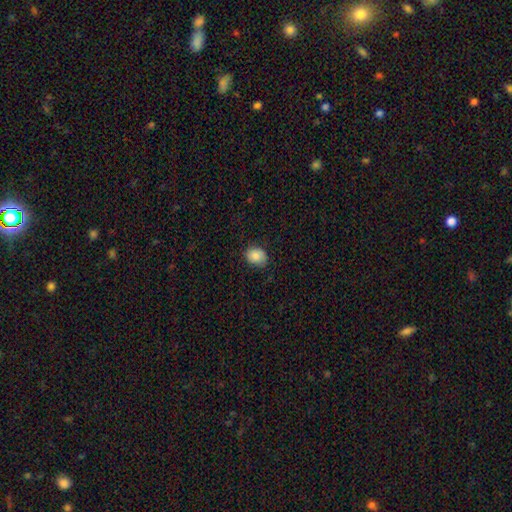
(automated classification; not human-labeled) This is clearly a smooth galaxy (84%). How rounded: possibly round (53%). Merging: likely none (78%).